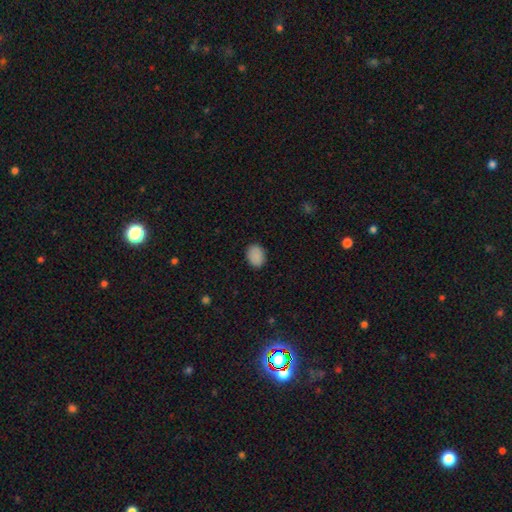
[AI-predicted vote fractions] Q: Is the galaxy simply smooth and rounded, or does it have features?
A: smooth — 88%.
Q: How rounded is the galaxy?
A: in between — 67%.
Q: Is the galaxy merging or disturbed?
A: none — 87%.